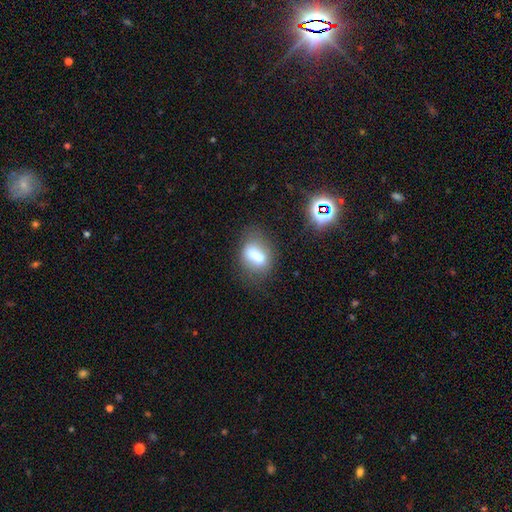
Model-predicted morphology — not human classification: This is likely a smooth galaxy (66%). How rounded: likely in between (70%). Merging: possibly none (48%).